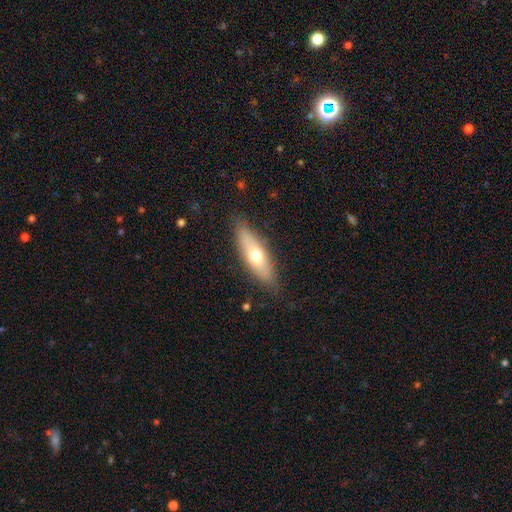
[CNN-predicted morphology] Smooth or featured: smooth — 59% (featured or disk — 34%)
How rounded: cigar-shaped — 49% (in between — 48%)
Merging: none — 83% (minor disturbance — 13%)